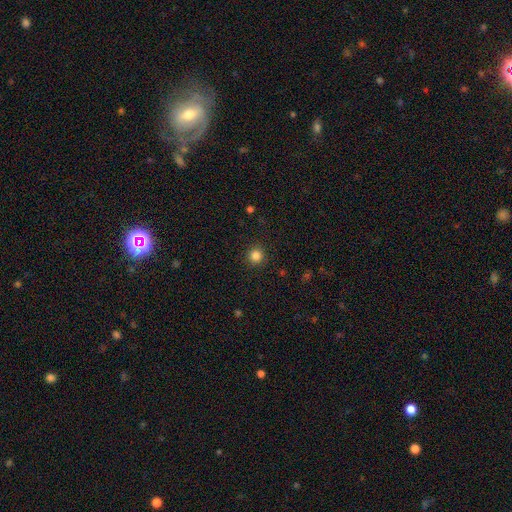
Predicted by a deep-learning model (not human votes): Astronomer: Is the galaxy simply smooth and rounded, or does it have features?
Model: smooth — 84%.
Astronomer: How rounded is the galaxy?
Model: round — 95%.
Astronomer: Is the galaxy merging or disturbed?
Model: none — 92%.